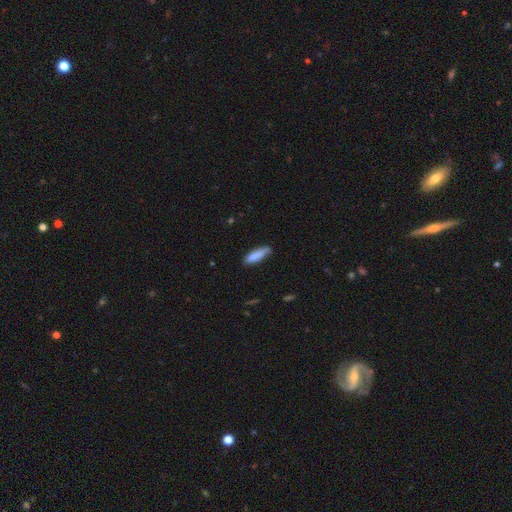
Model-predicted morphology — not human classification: Overall: smooth (83%). How rounded: cigar-shaped (68%; in between 31%). Merging: none (71%).